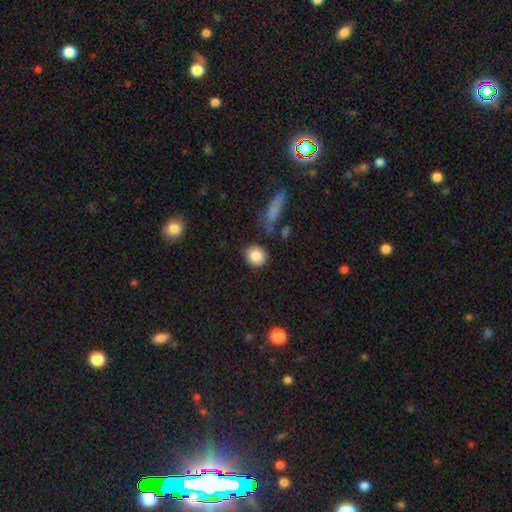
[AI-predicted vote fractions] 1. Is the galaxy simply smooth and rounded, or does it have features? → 86% smooth, 8% star or artifact, 6% featured or disk.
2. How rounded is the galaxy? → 79% round, 19% in between, 2% cigar-shaped.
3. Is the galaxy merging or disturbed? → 83% none, 10% minor disturbance, 4% merger, 3% major disturbance.